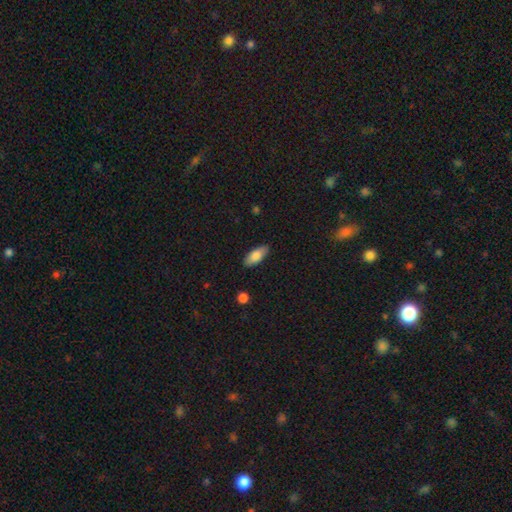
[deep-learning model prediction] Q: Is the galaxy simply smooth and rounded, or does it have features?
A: smooth — 81%.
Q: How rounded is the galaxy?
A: in between — 83%.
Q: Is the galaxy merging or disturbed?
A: none — 87%.